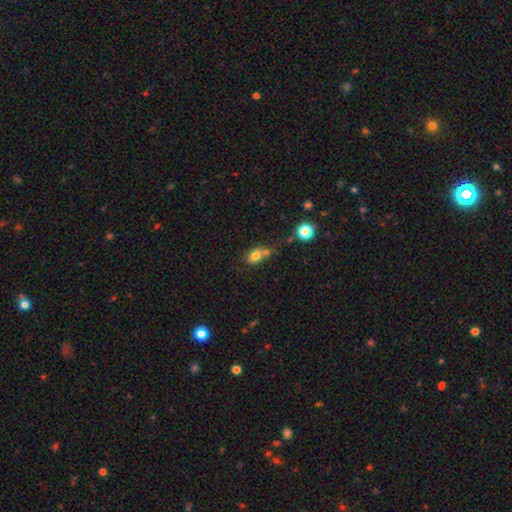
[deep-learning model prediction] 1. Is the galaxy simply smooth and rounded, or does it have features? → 77% smooth, 12% featured or disk, 11% star or artifact.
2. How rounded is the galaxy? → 59% in between, 39% round, 2% cigar-shaped.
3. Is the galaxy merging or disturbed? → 40% none, 38% merger, 16% minor disturbance, 7% major disturbance.